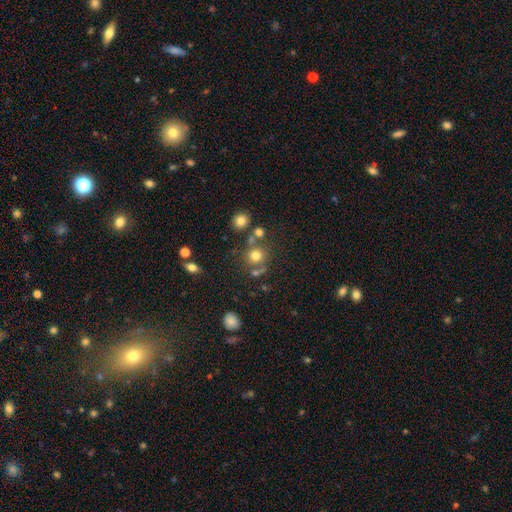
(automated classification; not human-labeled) A smooth galaxy with no disk features (73%) that is round (88%). Merging: none (68%).